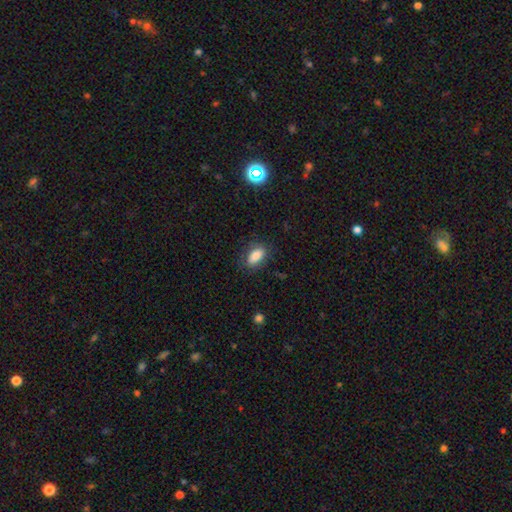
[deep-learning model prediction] Overall: smooth (82%). How rounded: in between (89%). Merging: none (77%).